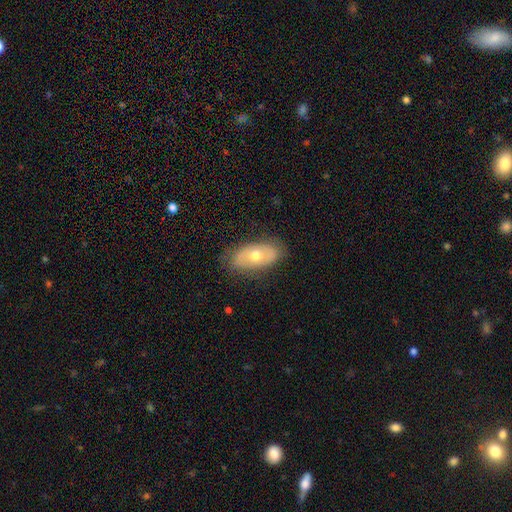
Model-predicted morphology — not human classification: Smooth or featured? smooth (52%)
How rounded? in between (91%)
Merging? none (79%)